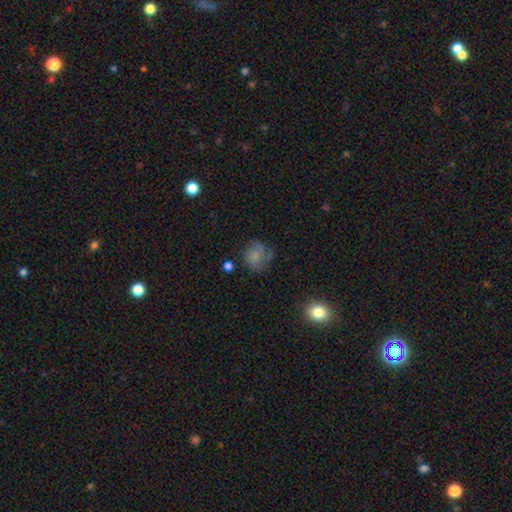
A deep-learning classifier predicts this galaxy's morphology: Smooth or featured: smooth — 58% (featured or disk — 30%)
How rounded: round — 75% (in between — 24%)
Merging: none — 55% (minor disturbance — 24%)